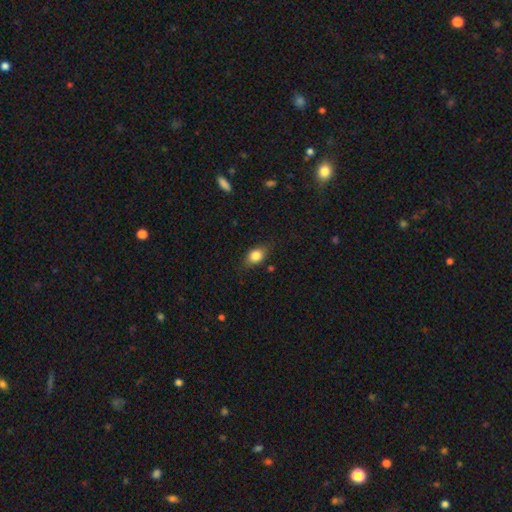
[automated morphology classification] A smooth galaxy with no disk features (80%) that is in between round and cigar-shaped (71%).

Vote fractions:
- Smooth or featured? smooth: 80% / featured or disk: 11% / star or artifact: 8%
- How rounded? in between: 71% / round: 25% / cigar-shaped: 4%
- Merging? none: 75% / minor disturbance: 19% / major disturbance: 5% / merger: 1%